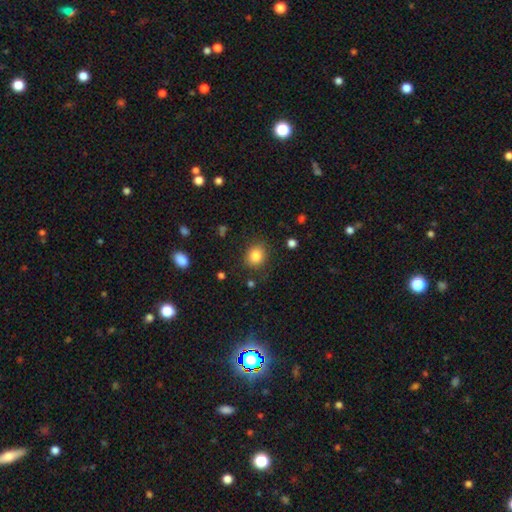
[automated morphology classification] Smooth or featured: smooth — 83% (star or artifact — 11%)
How rounded: round — 71% (in between — 28%)
Merging: none — 83% (minor disturbance — 11%)